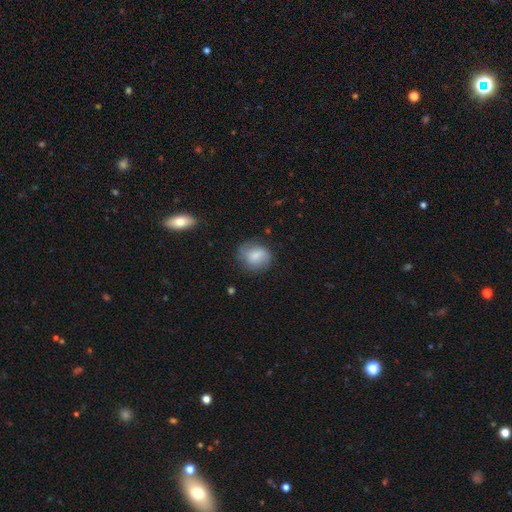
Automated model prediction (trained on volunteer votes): Smooth or featured: smooth — 74% (featured or disk — 18%)
How rounded: round — 63% (in between — 36%)
Merging: none — 66% (minor disturbance — 24%)